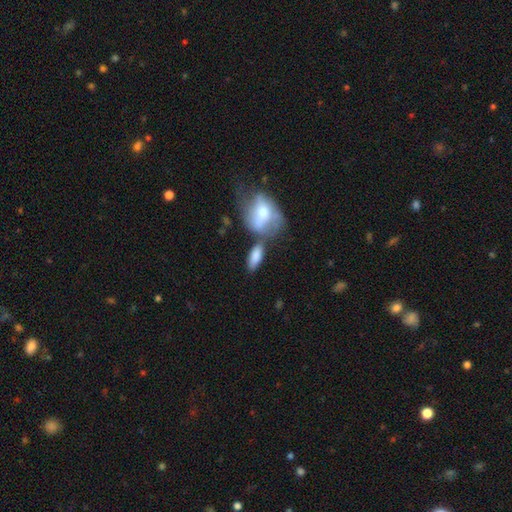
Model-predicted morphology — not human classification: The model was most divided on "merging": none: 47%, merger: 30%, minor disturbance: 15%, major disturbance: 7%. More confident: smooth or featured — smooth (79%); how rounded — in between (78%).